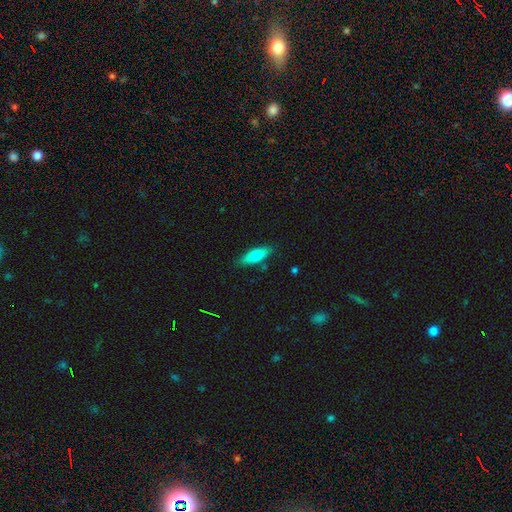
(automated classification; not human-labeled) A smooth galaxy with no disk features (67%) that is cigar-shaped (52%). Merging: none (84%).